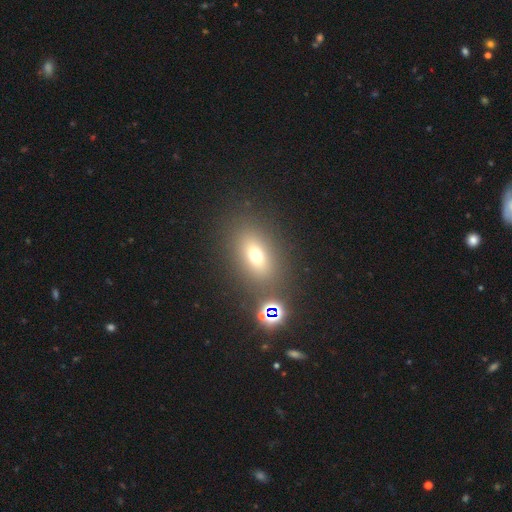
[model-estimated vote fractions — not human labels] Smooth or featured?
  - smooth: 66% *
  - star or artifact: 19%
  - featured or disk: 15%
How rounded?
  - in between: 72% *
  - round: 23%
  - cigar-shaped: 5%
Merging?
  - none: 80% *
  - minor disturbance: 9%
  - merger: 6%
  - major disturbance: 5%